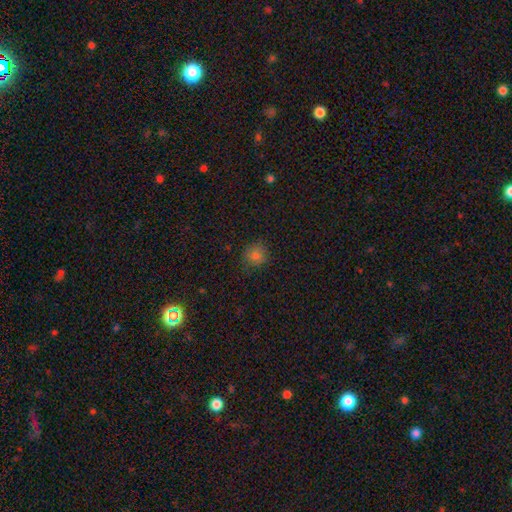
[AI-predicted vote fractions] The model was most divided on "smooth or featured": smooth: 78%, star or artifact: 16%, featured or disk: 6%. More confident: how rounded — round (87%); merging — none (84%).